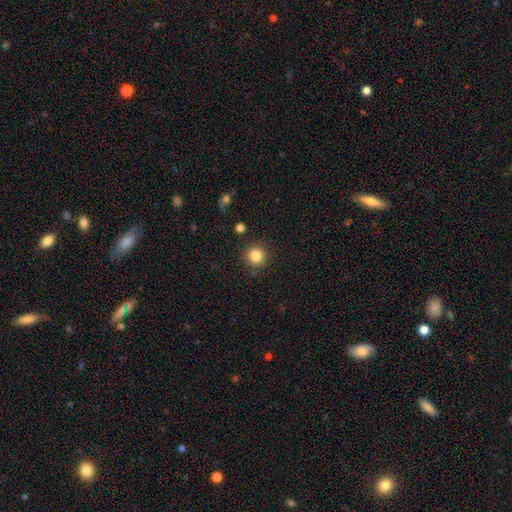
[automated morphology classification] Smooth or featured? Predicted: smooth (p=0.84). How rounded? Predicted: round (p=0.94). Merging? Predicted: none (p=0.89).